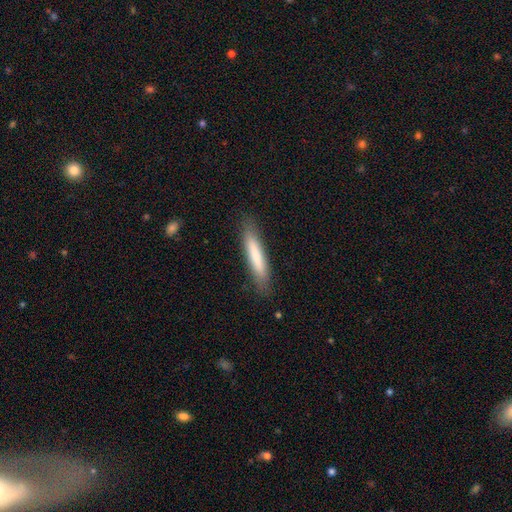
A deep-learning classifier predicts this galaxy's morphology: The model was most divided on "smooth or featured": smooth: 76%, featured or disk: 18%, star or artifact: 6%. More confident: how rounded — cigar-shaped (90%); merging — none (85%).